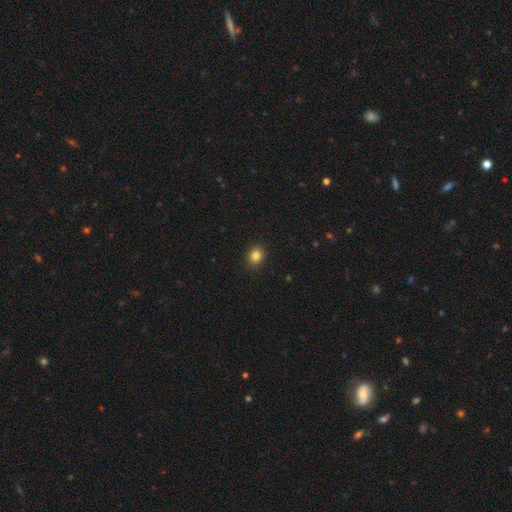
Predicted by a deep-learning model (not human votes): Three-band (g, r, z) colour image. It shows a smooth galaxy with no disk features (84%) that is round (58%). Merging: none (90%).